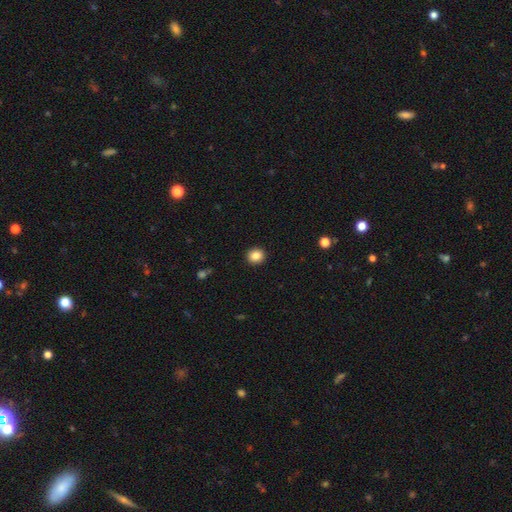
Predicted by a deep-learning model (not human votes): Morphology: type=smooth (85%); roundness=round (85%); merging=none (93%).